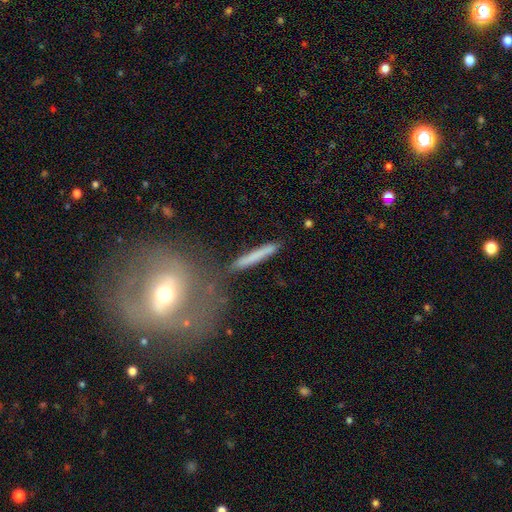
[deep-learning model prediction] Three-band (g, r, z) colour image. It shows a smooth galaxy with no disk features (67%) that is cigar-shaped (93%). Merging: none (76%).